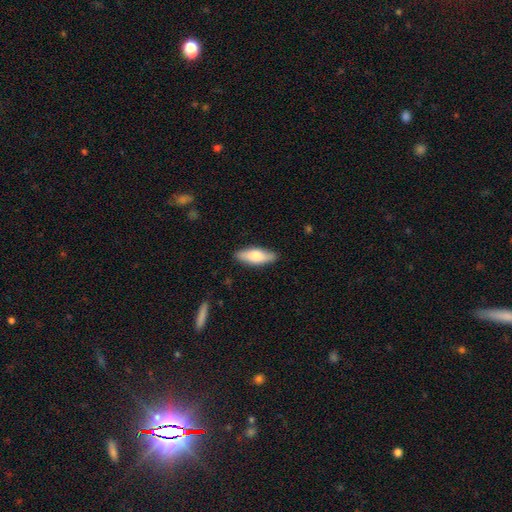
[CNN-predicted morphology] Smooth or featured? Predicted: smooth (p=0.70). How rounded? Predicted: in between (p=0.69). Merging? Predicted: none (p=0.87).